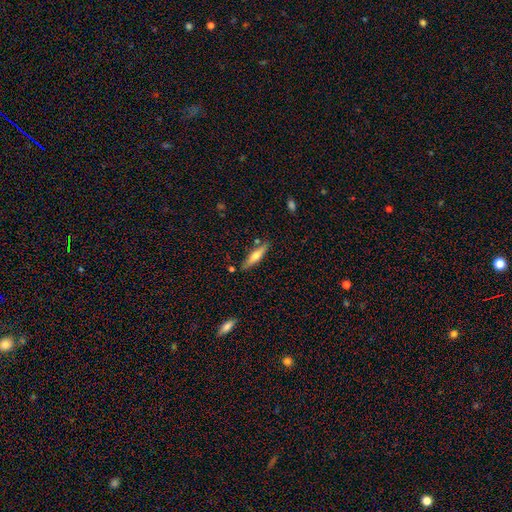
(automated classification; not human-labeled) Morphology: type=smooth (53%); roundness=cigar-shaped (77%); merging=none (80%).